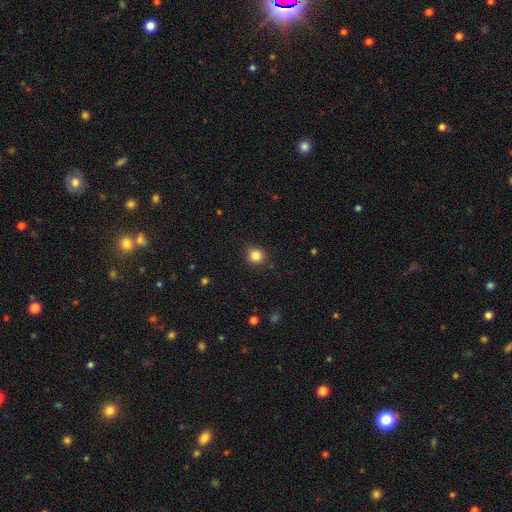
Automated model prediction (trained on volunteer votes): Smooth or featured?
  - smooth: 85% *
  - star or artifact: 11%
  - featured or disk: 4%
How rounded?
  - round: 88% *
  - in between: 11%
  - cigar-shaped: 1%
Merging?
  - none: 89% *
  - minor disturbance: 8%
  - major disturbance: 2%
  - merger: 1%